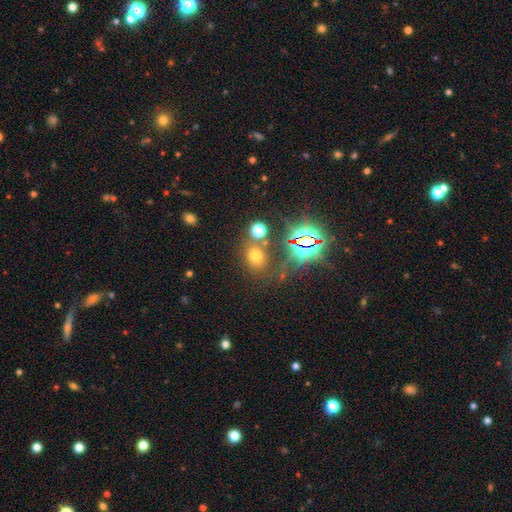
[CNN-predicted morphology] Smooth or featured? Predicted: smooth (p=0.55). How rounded? Predicted: round (p=0.58). Merging? Predicted: none (p=0.72).